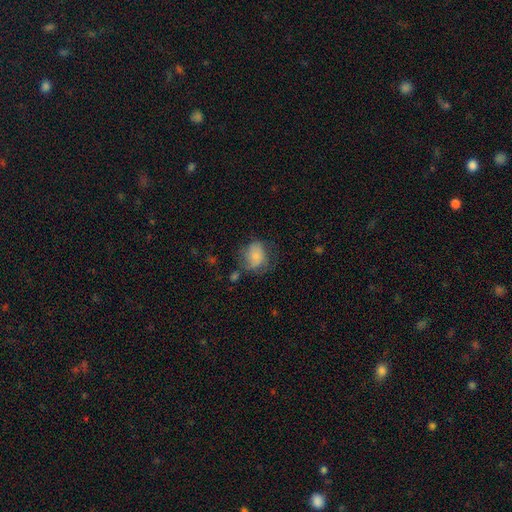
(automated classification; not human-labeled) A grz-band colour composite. It shows a smooth galaxy with no disk features (70%) that is in between round and cigar-shaped (51%). Merging: none (43%).